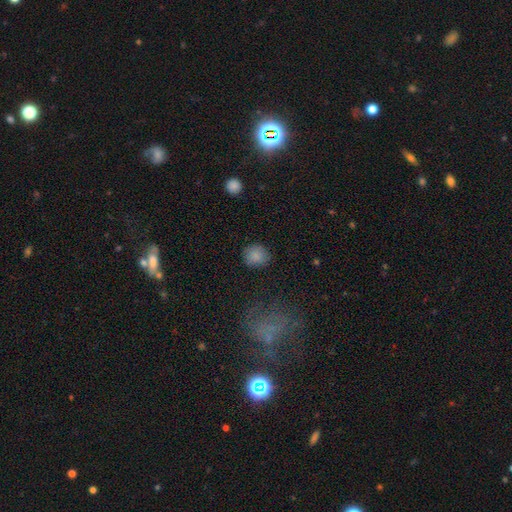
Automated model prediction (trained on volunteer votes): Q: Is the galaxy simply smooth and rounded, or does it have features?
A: smooth — 86%.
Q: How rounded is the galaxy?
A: round — 85%.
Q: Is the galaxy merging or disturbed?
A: none — 86%.